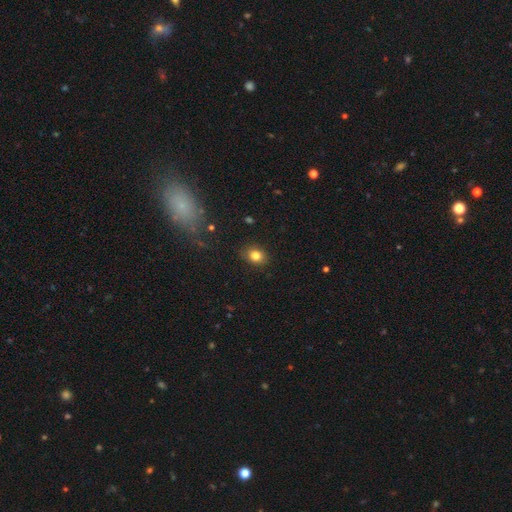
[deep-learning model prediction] Q: Smooth or featured?
A: smooth (81%); runner-up: star or artifact (11%)
Q: How rounded?
A: round (50%); runner-up: in between (49%)
Q: Merging?
A: none (85%); runner-up: minor disturbance (11%)